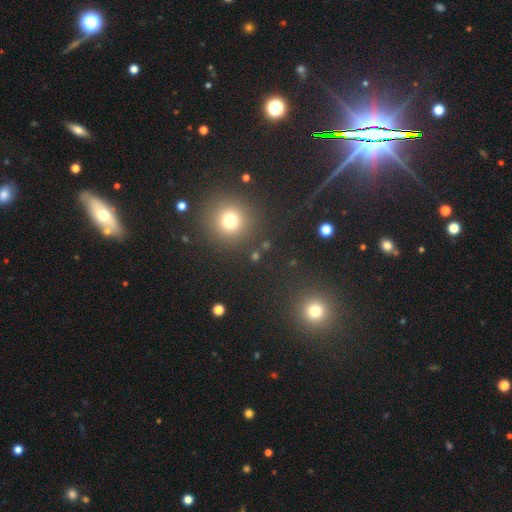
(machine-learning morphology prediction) A smooth galaxy with no disk features (55%) that is round (91%). Merging: none (87%).